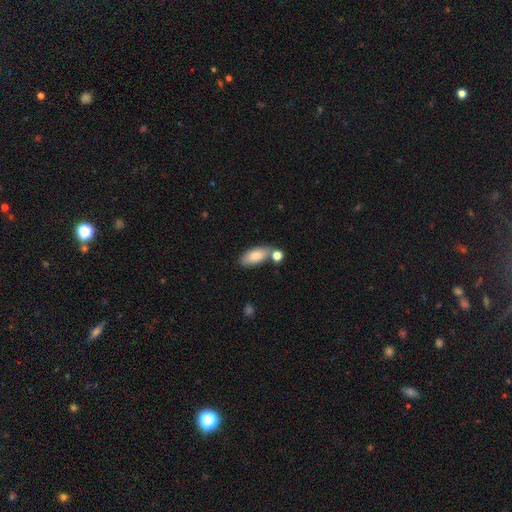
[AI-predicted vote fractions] smooth_or_featured: smooth (p=0.82) [alt: featured or disk p=0.11]
how_rounded: in between (p=0.87) [alt: cigar-shaped p=0.10]
merging: none (p=0.62) [alt: merger p=0.21]